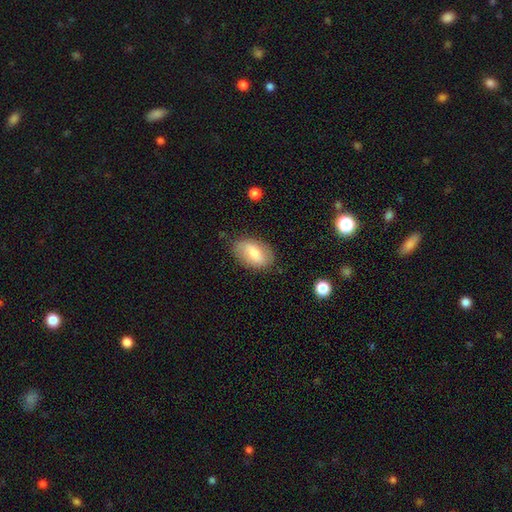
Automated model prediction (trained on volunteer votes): Overall: smooth (69%). How rounded: in between (91%). Merging: none (78%).